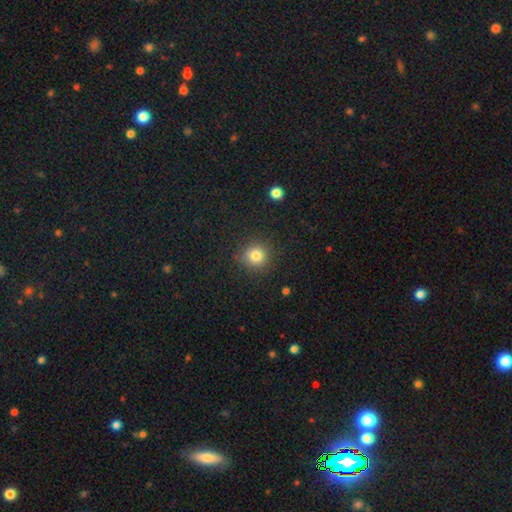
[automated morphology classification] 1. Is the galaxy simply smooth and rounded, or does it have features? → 81% smooth, 13% star or artifact, 6% featured or disk.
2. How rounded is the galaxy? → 92% round, 7% in between, 1% cigar-shaped.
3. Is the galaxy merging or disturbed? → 88% none, 8% minor disturbance, 3% major disturbance, 1% merger.